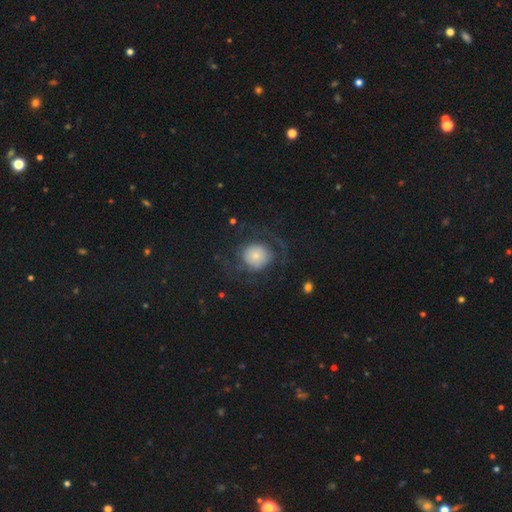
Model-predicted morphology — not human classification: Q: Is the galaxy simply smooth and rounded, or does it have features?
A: smooth — 48%.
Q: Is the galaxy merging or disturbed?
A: none — 54%.